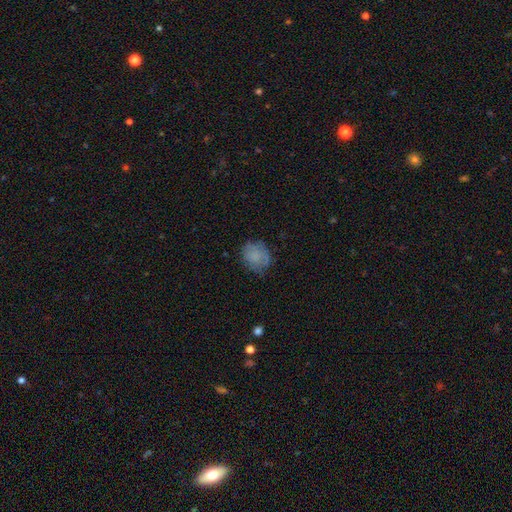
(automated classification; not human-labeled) Morphology: type=smooth (73%); roundness=round (67%); merging=none (66%).